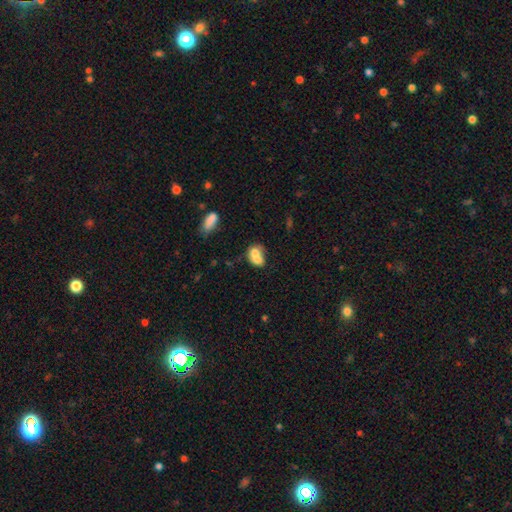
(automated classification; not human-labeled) Smooth or featured?
  - smooth: 69% *
  - featured or disk: 22%
  - star or artifact: 9%
How rounded?
  - in between: 60% *
  - round: 38%
  - cigar-shaped: 1%
Merging?
  - merger: 68% *
  - none: 19%
  - minor disturbance: 8%
  - major disturbance: 5%